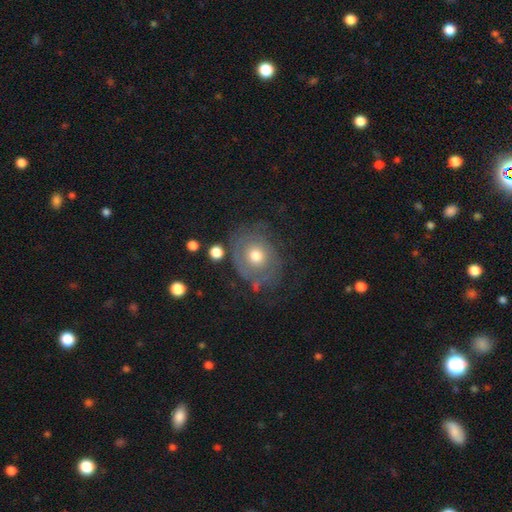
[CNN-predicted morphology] This appears to be a featured or disk galaxy (54%) with no bar (88%), spiral arms (57%) and a moderate central bulge (73%). Merging: none (59%).